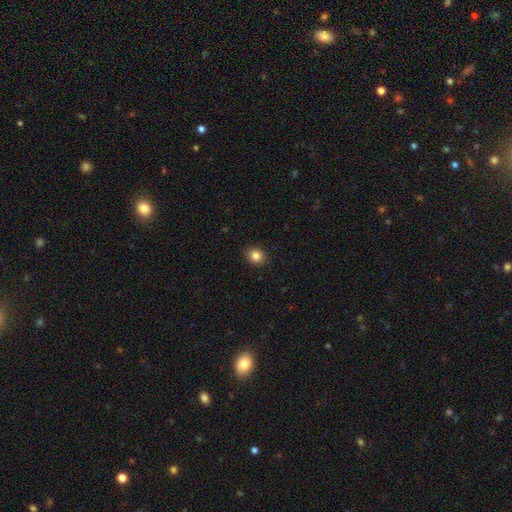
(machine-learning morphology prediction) Smooth or featured? smooth (84%)
How rounded? round (60%)
Merging? none (90%)